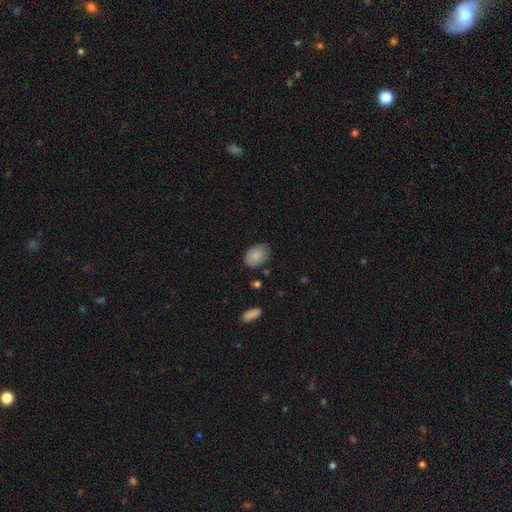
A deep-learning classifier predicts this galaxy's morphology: type=smooth (85%); roundness=in between (81%); merging=none (81%).